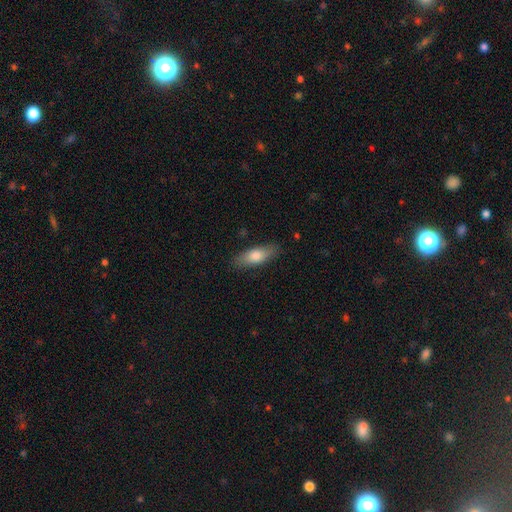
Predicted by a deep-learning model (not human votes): Smooth or featured?
  - smooth: 76% *
  - featured or disk: 18%
  - star or artifact: 6%
How rounded?
  - in between: 65% *
  - cigar-shaped: 33%
  - round: 2%
Merging?
  - none: 84% *
  - minor disturbance: 12%
  - major disturbance: 3%
  - merger: 1%